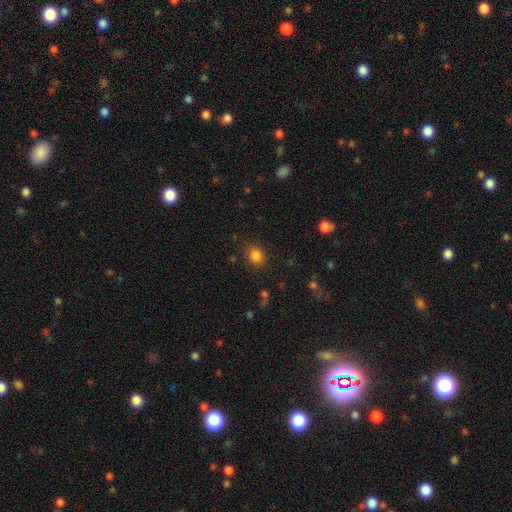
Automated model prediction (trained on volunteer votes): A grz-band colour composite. It shows a smooth galaxy with no disk features (83%) that is round (63%). Merging: none (84%).